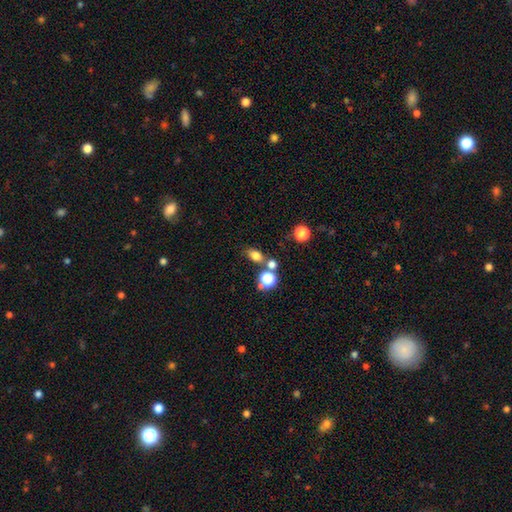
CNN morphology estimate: smooth 76%, star or artifact 15%, featured or disk 9%. Down the decision tree: how rounded — in between (69%); merging — none (63%).